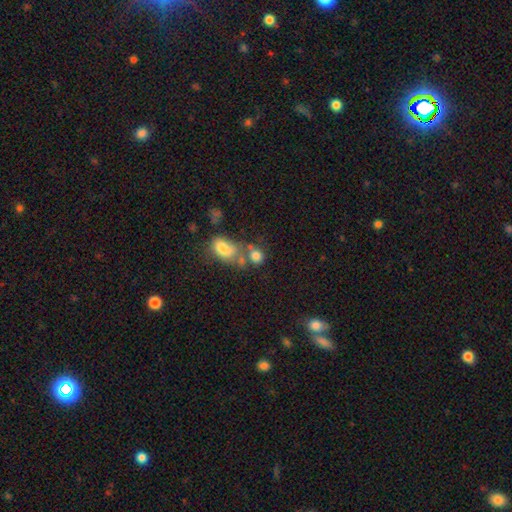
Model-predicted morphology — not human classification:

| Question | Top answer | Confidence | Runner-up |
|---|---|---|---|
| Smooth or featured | smooth | 78% | star or artifact (12%) |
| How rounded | round | 60% | in between (38%) |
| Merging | none | 42% | merger (37%) |